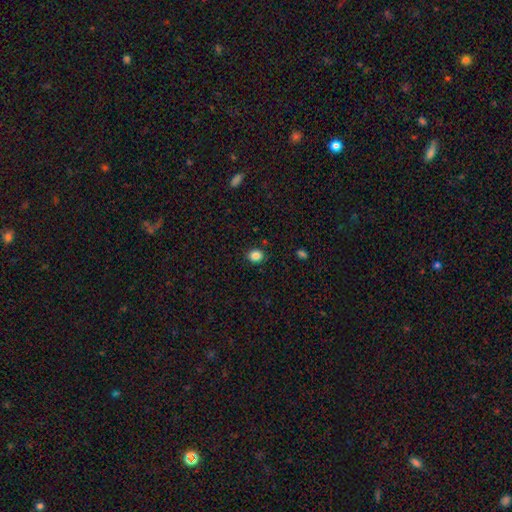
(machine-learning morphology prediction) Smooth or featured? Predicted: smooth (p=0.85). How rounded? Predicted: round (p=0.70). Merging? Predicted: none (p=0.88).